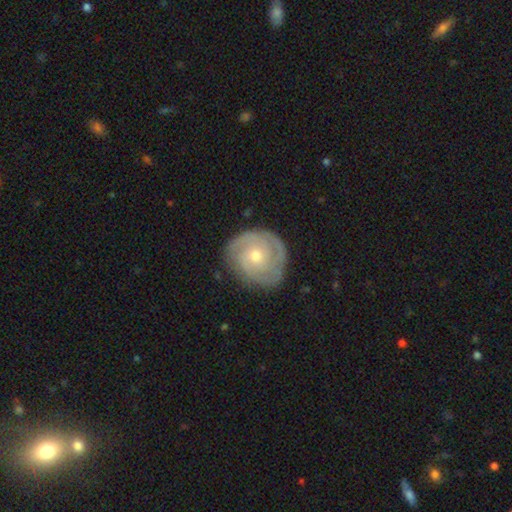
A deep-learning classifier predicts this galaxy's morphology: Overall: featured or disk (78%). Edge-on disk: no (98%). Bar: no (80%). Spiral arms: yes (93%). Spiral arm count: 2 (31%; 3 30%). Spiral winding: tight (69%). Bulge size: small (52%; moderate 46%). Merging: none (78%).